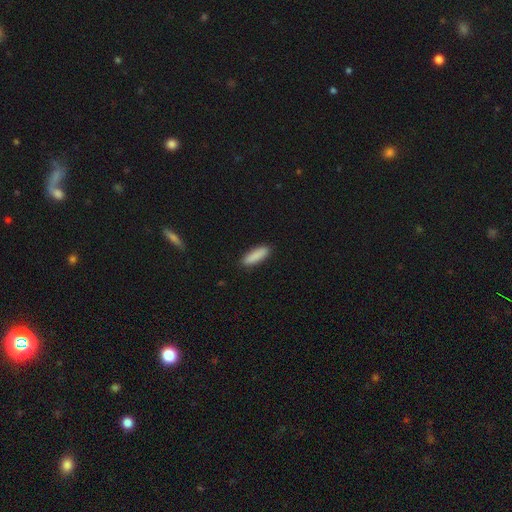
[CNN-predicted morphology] smooth 89%, star or artifact 6%, featured or disk 5%. Down the decision tree: how rounded — cigar-shaped (55%); merging — none (90%).